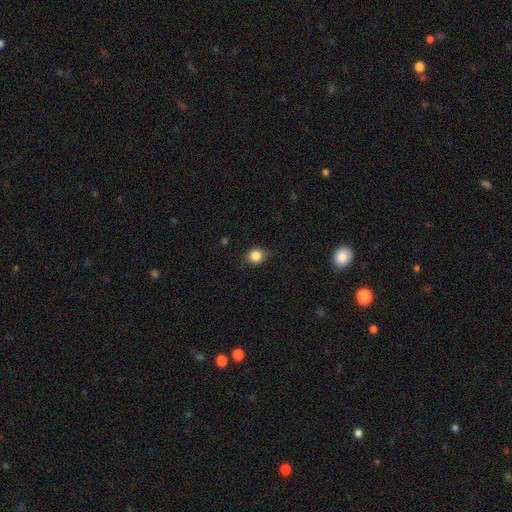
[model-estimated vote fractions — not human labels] smooth_or_featured: smooth (p=0.83) [alt: star or artifact p=0.11]
how_rounded: round (p=0.73) [alt: in between p=0.25]
merging: none (p=0.79) [alt: minor disturbance p=0.17]